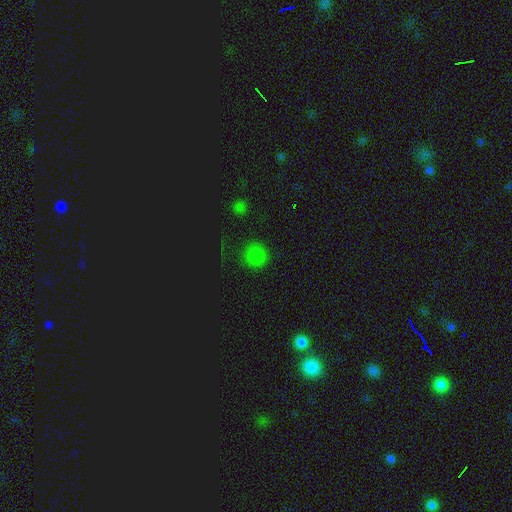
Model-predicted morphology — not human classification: This appears to be a smooth galaxy with no disk features (72%) that is round (91%). Merging: none (87%).